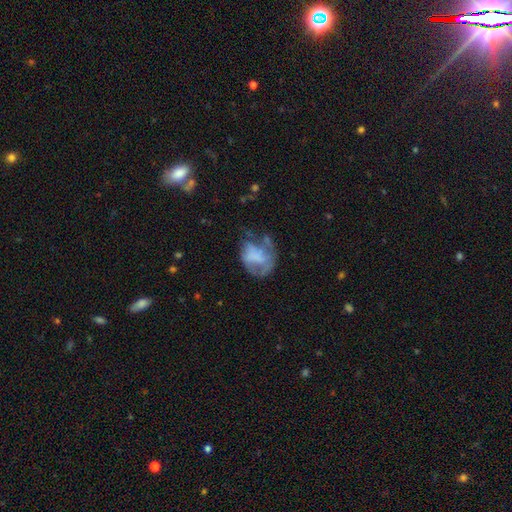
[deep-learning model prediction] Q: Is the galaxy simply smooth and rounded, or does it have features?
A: featured or disk — 46%.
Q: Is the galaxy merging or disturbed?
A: major disturbance — 39%.